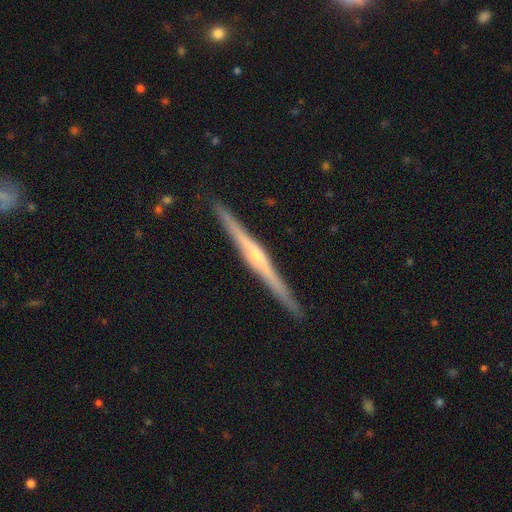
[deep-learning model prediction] Smooth or featured?
  - featured or disk: 82% *
  - smooth: 12%
  - star or artifact: 5%
Edge-on disk?
  - yes: 98% *
  - no: 2%
Edge-on bulge?
  - rounded: 75% *
  - none: 17%
  - boxy: 8%
Merging?
  - none: 92% *
  - minor disturbance: 6%
  - major disturbance: 1%
  - merger: 1%